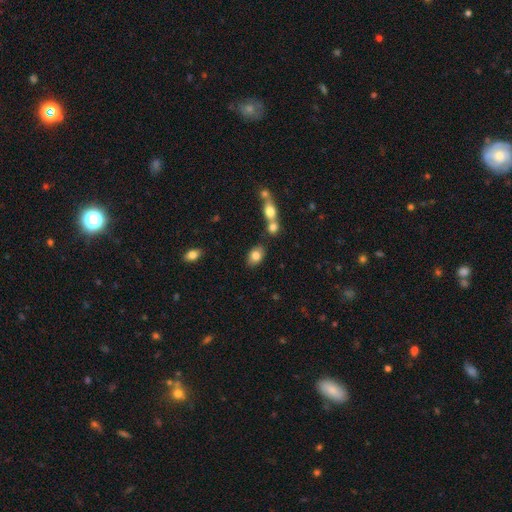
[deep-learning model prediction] This is clearly a smooth galaxy (80%). How rounded: clearly in between (83%). Merging: likely none (74%).